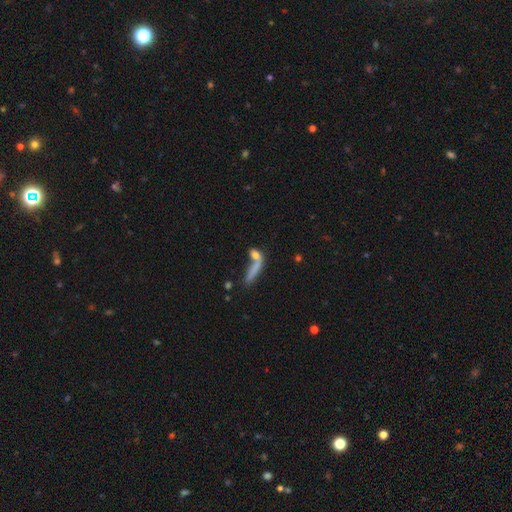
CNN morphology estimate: Smooth or featured? Predicted: smooth (p=0.70). How rounded? Predicted: cigar-shaped (p=0.60). Merging? Predicted: merger (p=0.42).